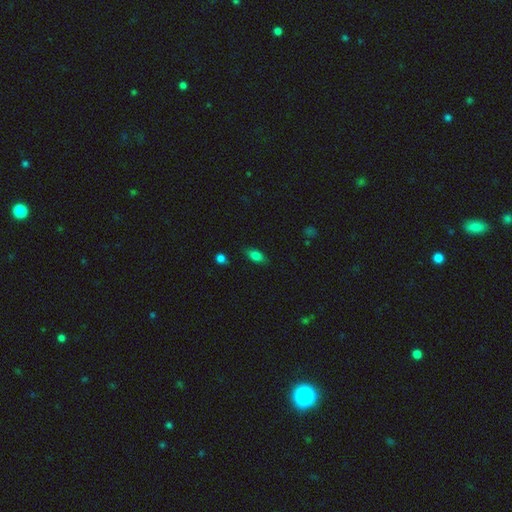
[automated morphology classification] A smooth galaxy with no disk features (79%) that is in between round and cigar-shaped (84%).

Vote fractions:
- Smooth or featured? smooth: 79% / featured or disk: 11% / star or artifact: 10%
- How rounded? in between: 84% / cigar-shaped: 10% / round: 6%
- Merging? none: 81% / minor disturbance: 14% / major disturbance: 3% / merger: 2%